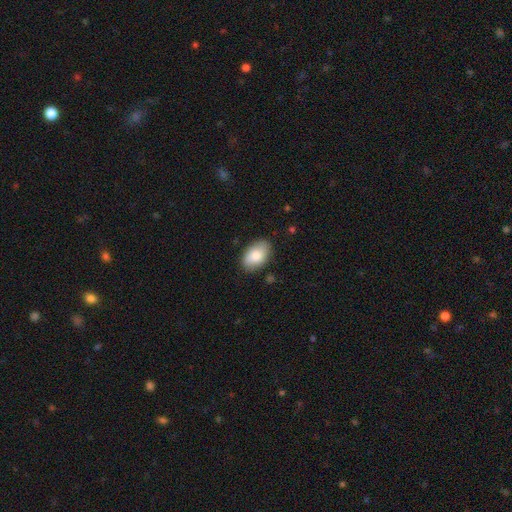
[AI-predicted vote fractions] This is clearly a smooth galaxy (81%). How rounded: clearly in between (92%). Merging: clearly none (84%).